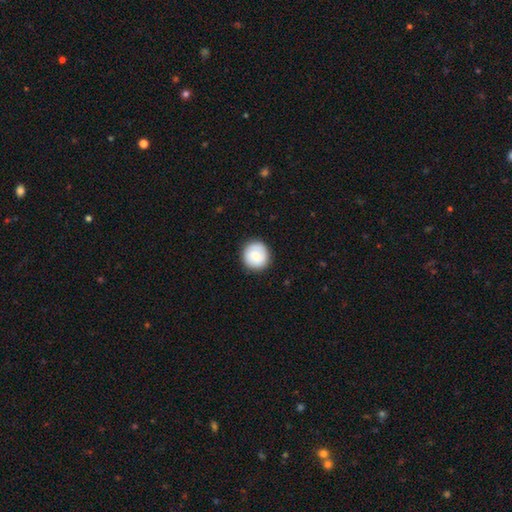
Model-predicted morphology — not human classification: A smooth galaxy with no disk features (81%) that is round (95%).

Vote fractions:
- Smooth or featured? smooth: 81% / featured or disk: 12% / star or artifact: 6%
- How rounded? round: 95% / in between: 5% / cigar-shaped: 1%
- Merging? none: 89% / minor disturbance: 8% / major disturbance: 2% / merger: 1%